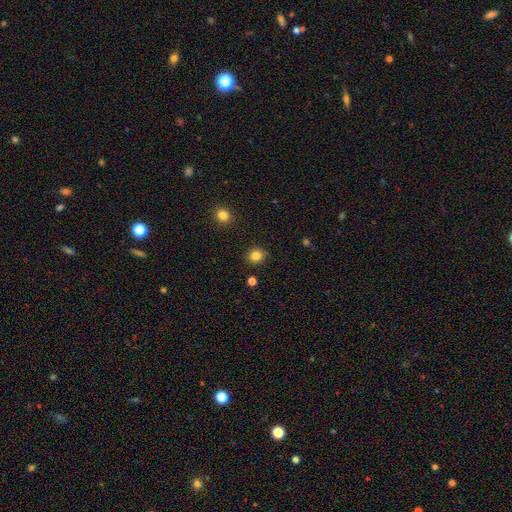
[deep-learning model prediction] The model was most divided on "how rounded": round: 77%, in between: 22%, cigar-shaped: 1%. More confident: merging — none (86%); smooth or featured — smooth (84%).